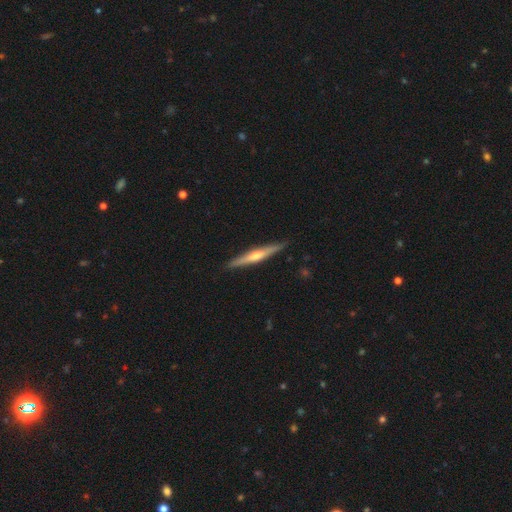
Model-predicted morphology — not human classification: Overall: featured or disk (70%). Edge-on disk: yes (98%). Edge-on bulge: rounded (85%). Merging: none (91%).